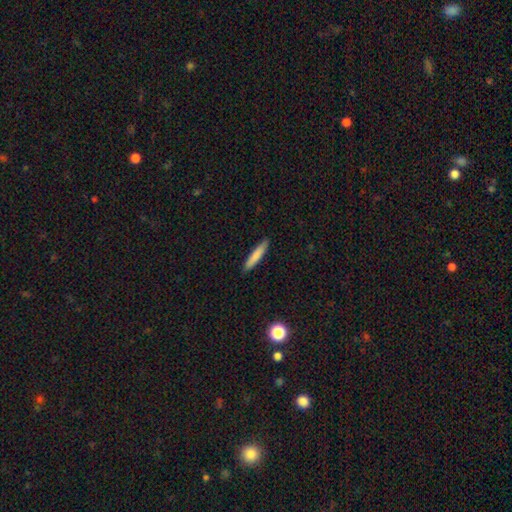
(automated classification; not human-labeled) Smooth or featured: smooth — 81% (featured or disk — 13%)
How rounded: cigar-shaped — 91% (in between — 8%)
Merging: none — 90% (minor disturbance — 8%)